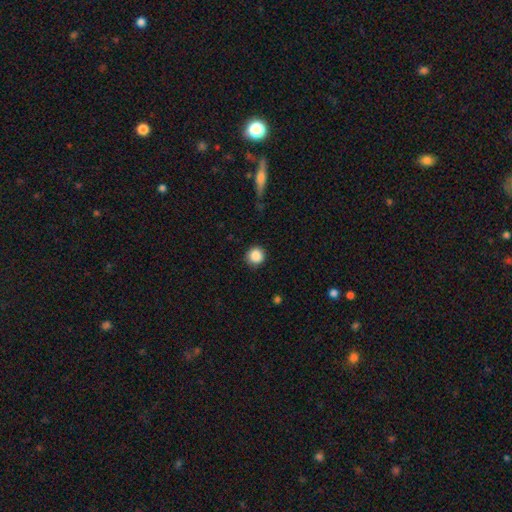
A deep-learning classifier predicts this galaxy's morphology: This appears to be a smooth galaxy with no disk features (88%) that is round (93%). Merging: none (87%).